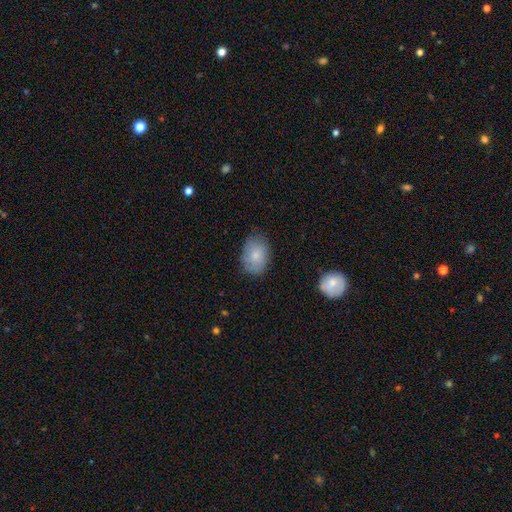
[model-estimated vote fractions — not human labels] Smooth or featured? Predicted: smooth (p=0.77). How rounded? Predicted: in between (p=0.82). Merging? Predicted: none (p=0.78).